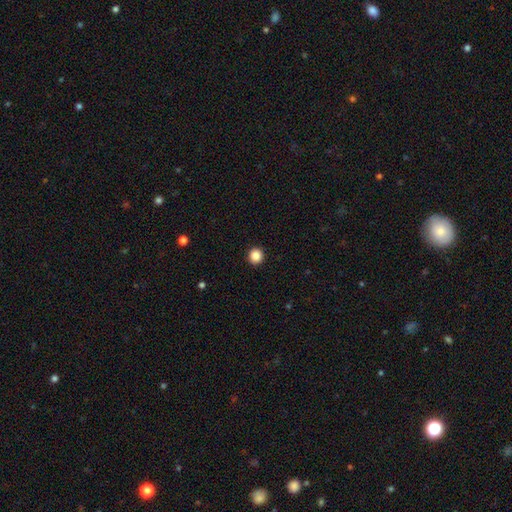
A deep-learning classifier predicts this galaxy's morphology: smooth 88%, star or artifact 10%, featured or disk 3%. Down the decision tree: how rounded — round (92%); merging — none (93%).